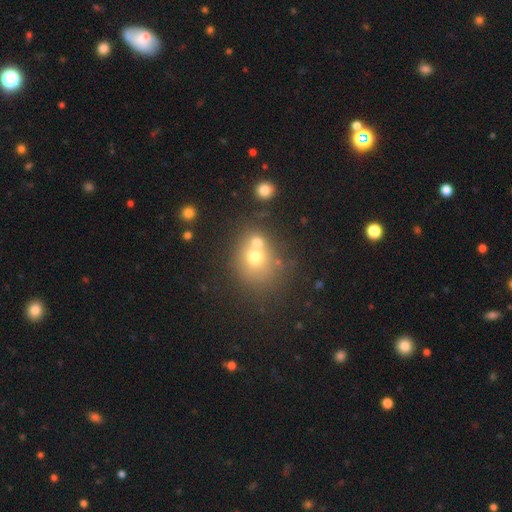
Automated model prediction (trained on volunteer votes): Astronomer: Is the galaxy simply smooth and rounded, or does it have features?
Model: smooth — 65%.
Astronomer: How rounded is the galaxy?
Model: round — 71%.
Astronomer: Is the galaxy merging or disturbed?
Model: merger — 44% (runner-up: none, 42%).